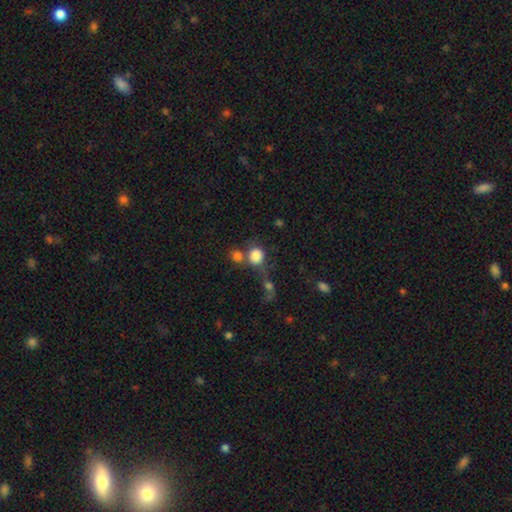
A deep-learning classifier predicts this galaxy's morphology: type=smooth (83%); roundness=round (79%); merging=none (43%).